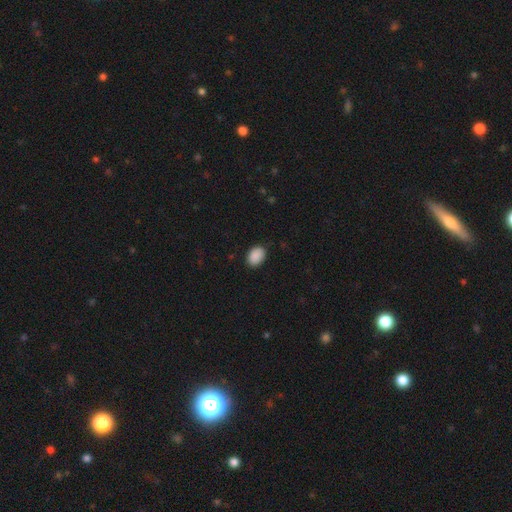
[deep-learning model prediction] Q: Smooth or featured?
A: smooth (90%); runner-up: star or artifact (8%)
Q: How rounded?
A: in between (75%); runner-up: round (24%)
Q: Merging?
A: none (86%); runner-up: minor disturbance (11%)